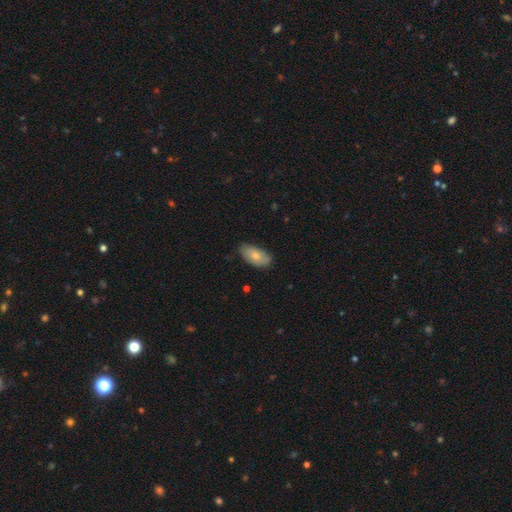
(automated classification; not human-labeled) Morphology: type=smooth (76%); roundness=in between (93%); merging=none (72%).